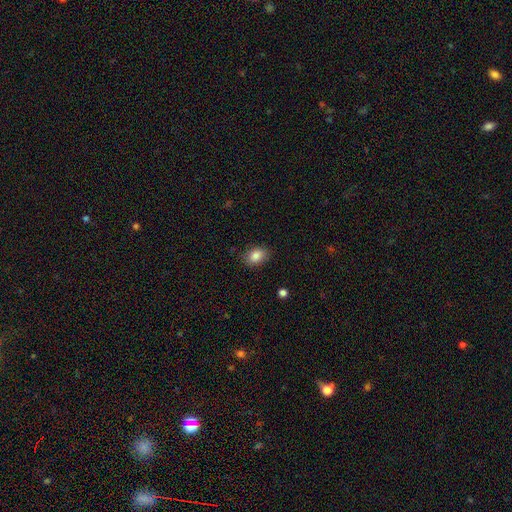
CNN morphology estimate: smooth-or-featured: smooth: 85% | star or artifact: 9% | featured or disk: 6%
  how-rounded: in between: 74% | round: 25% | cigar-shaped: 1%
  merging: none: 85% | minor disturbance: 11% | major disturbance: 3% | merger: 1%